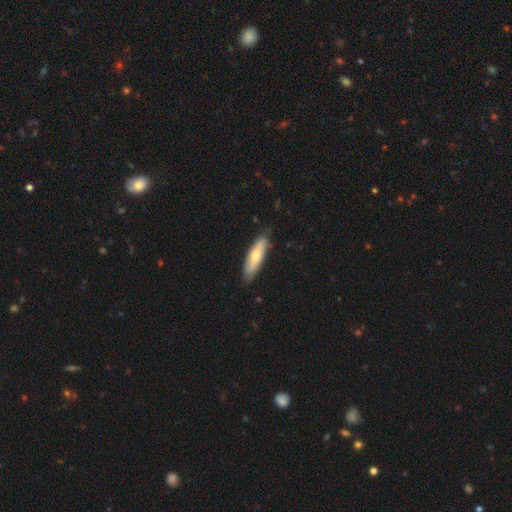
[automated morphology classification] smooth 62%, featured or disk 33%, star or artifact 5%. Down the decision tree: how rounded — cigar-shaped (59%); merging — none (83%).